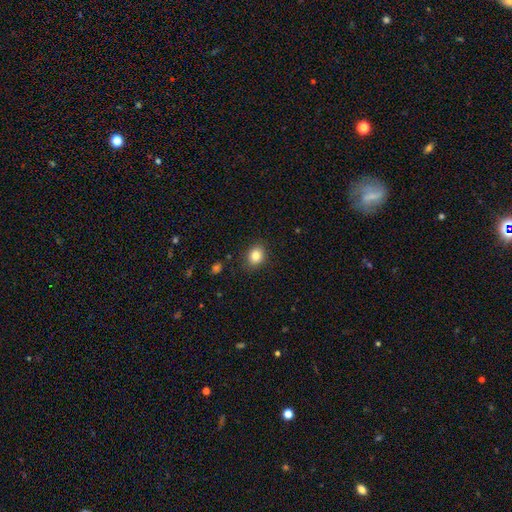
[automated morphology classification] Smooth or featured: smooth — 83% (star or artifact — 10%)
How rounded: round — 50% (in between — 49%)
Merging: none — 87% (minor disturbance — 9%)